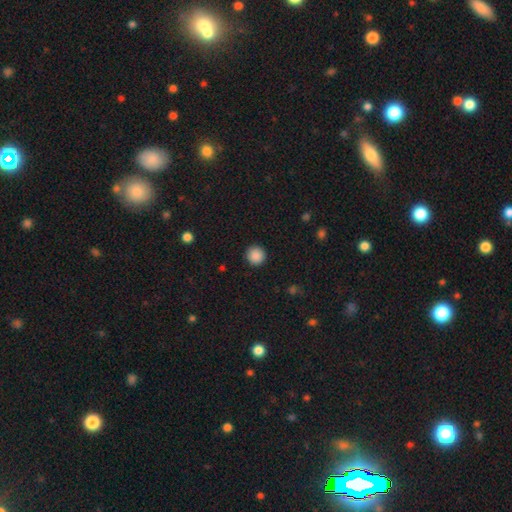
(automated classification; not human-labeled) smooth_or_featured: smooth (p=0.88) [alt: star or artifact p=0.09]
how_rounded: round (p=0.96) [alt: in between p=0.03]
merging: none (p=0.93) [alt: minor disturbance p=0.05]